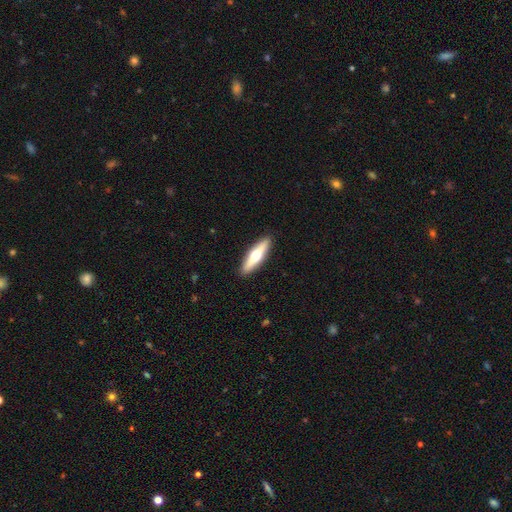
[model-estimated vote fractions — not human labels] Q: Smooth or featured?
A: featured or disk (54%); runner-up: smooth (41%)
Q: Edge-on disk?
A: yes (94%); runner-up: no (6%)
Q: Edge-on bulge?
A: rounded (94%); runner-up: none (3%)
Q: Merging?
A: none (91%); runner-up: minor disturbance (6%)